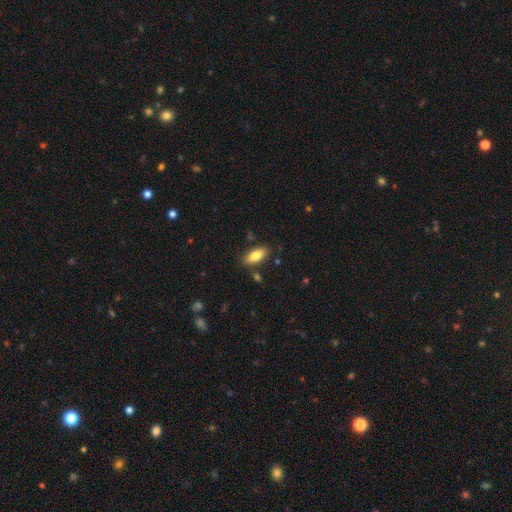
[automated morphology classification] Smooth or featured: smooth — 83% (featured or disk — 10%)
How rounded: in between — 88% (cigar-shaped — 10%)
Merging: none — 83% (minor disturbance — 11%)